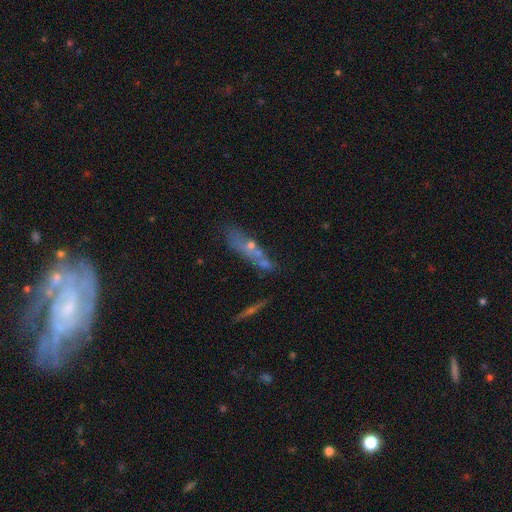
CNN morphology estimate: The model was most divided on "smooth or featured": featured or disk: 44%, smooth: 41%, star or artifact: 15%. Remaining: merging — none (48%).